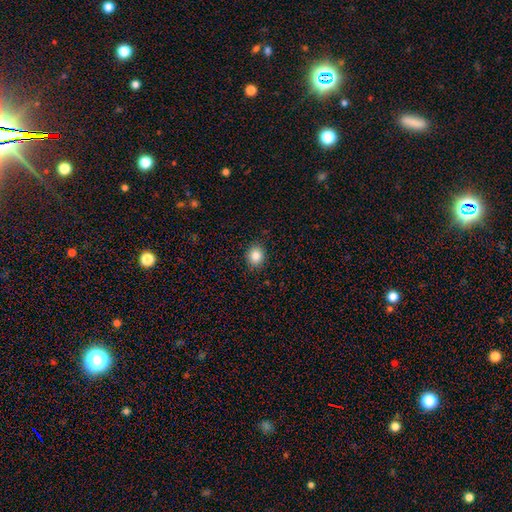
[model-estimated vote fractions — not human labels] This appears to be a smooth galaxy with no disk features (86%) that is round (71%). Merging: none (89%).